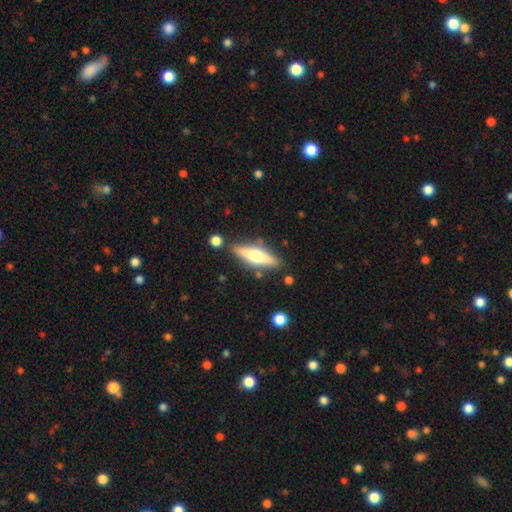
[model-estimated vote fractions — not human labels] A featured or disk galaxy (53%) viewed edge-on (92%).

Vote fractions:
- Smooth or featured? featured or disk: 53% / smooth: 41% / star or artifact: 6%
- Edge-on disk? yes: 92% / no: 8%
- Merging? none: 82% / minor disturbance: 11% / merger: 4% / major disturbance: 3%